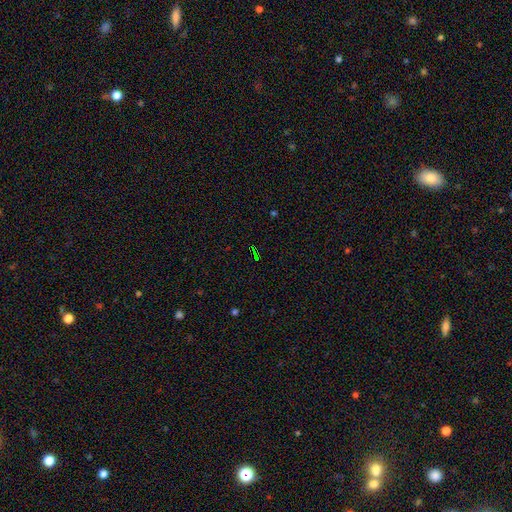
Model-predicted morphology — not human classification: This is likely a star or artifact rather than a galaxy (71%).